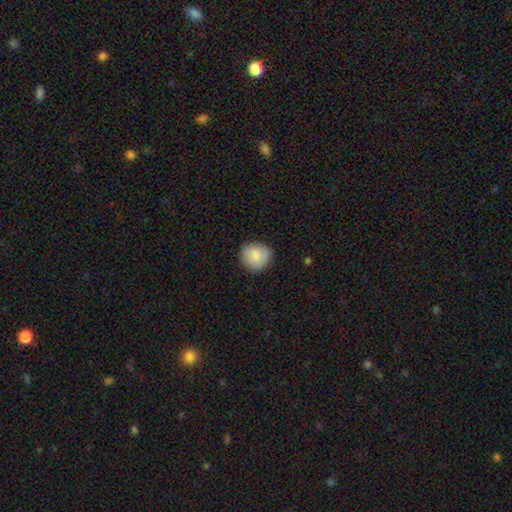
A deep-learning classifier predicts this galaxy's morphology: A smooth galaxy with no disk features (86%) that is round (82%). Merging: none (80%).